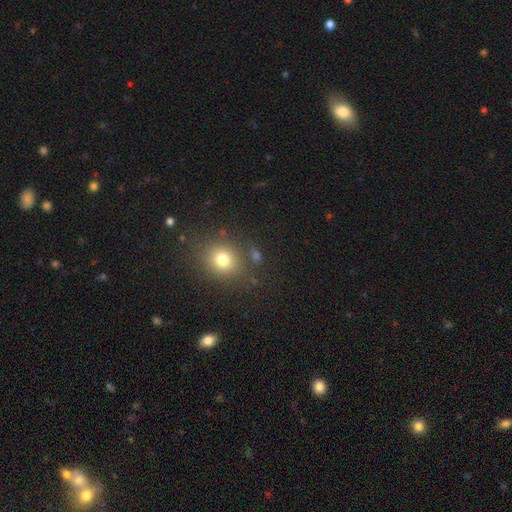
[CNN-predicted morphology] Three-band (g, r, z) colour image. It shows a smooth galaxy with no disk features (72%) that is round (72%). Merging: none (79%).